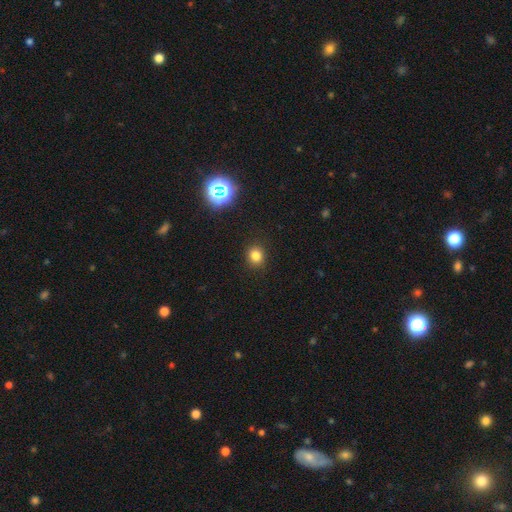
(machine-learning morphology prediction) A smooth galaxy with no disk features (79%) that is round (82%).

Vote fractions:
- Smooth or featured? smooth: 79% / star or artifact: 16% / featured or disk: 5%
- How rounded? round: 82% / in between: 17% / cigar-shaped: 1%
- Merging? none: 90% / minor disturbance: 6% / major disturbance: 2% / merger: 1%